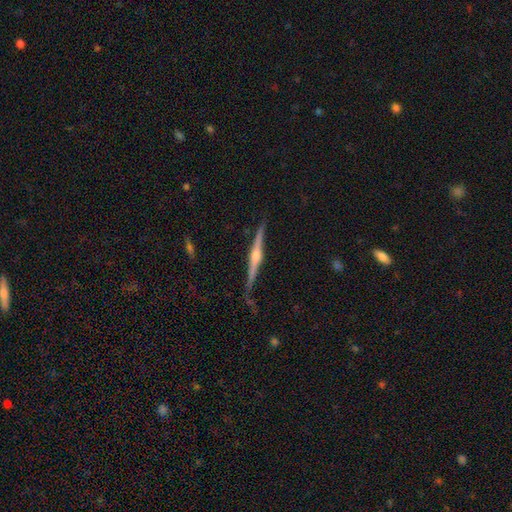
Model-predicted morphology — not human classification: Smooth or featured: featured or disk — 85% (smooth — 10%)
Edge-on disk: yes — 98% (no — 2%)
Edge-on bulge: rounded — 88% (boxy — 8%)
Merging: none — 84% (minor disturbance — 12%)